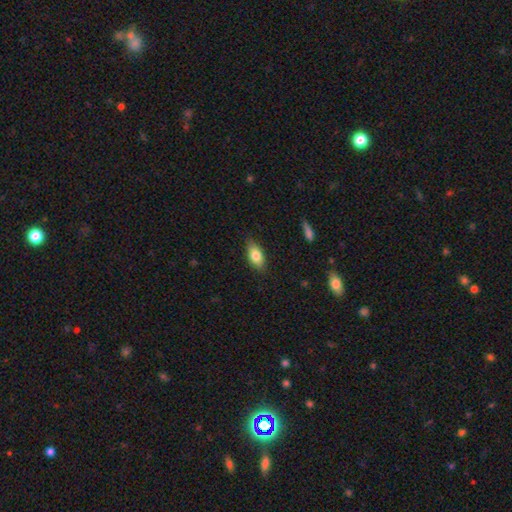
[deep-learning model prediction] smooth-or-featured: smooth: 79% | featured or disk: 14% | star or artifact: 7%
  how-rounded: in between: 86% | cigar-shaped: 10% | round: 4%
  merging: none: 83% | minor disturbance: 13% | major disturbance: 2% | merger: 1%